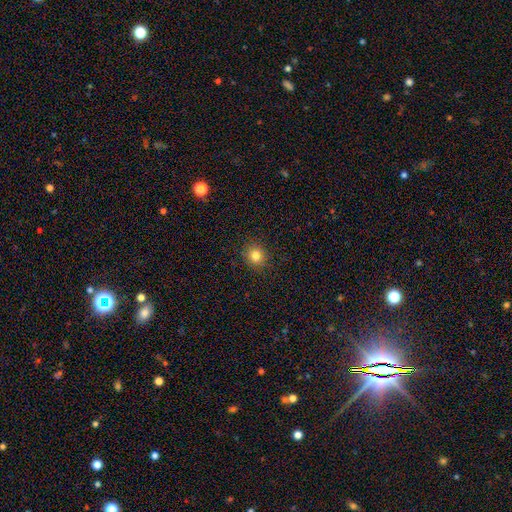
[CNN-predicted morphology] type=smooth (82%); roundness=round (88%); merging=none (91%).